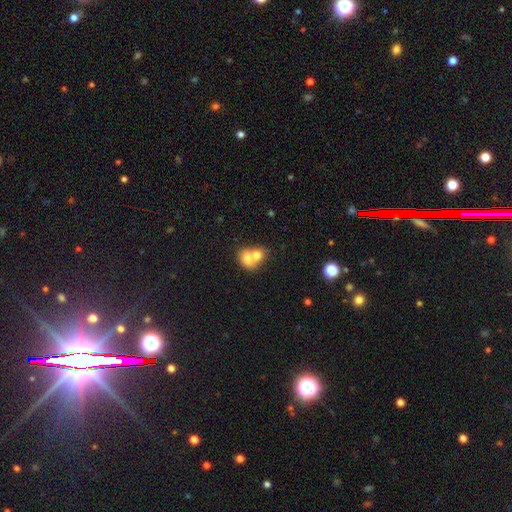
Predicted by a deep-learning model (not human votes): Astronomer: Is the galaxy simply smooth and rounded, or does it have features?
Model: smooth — 70%.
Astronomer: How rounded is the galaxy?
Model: round — 56% (runner-up: in between, 43%).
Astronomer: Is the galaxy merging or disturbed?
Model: merger — 72%.